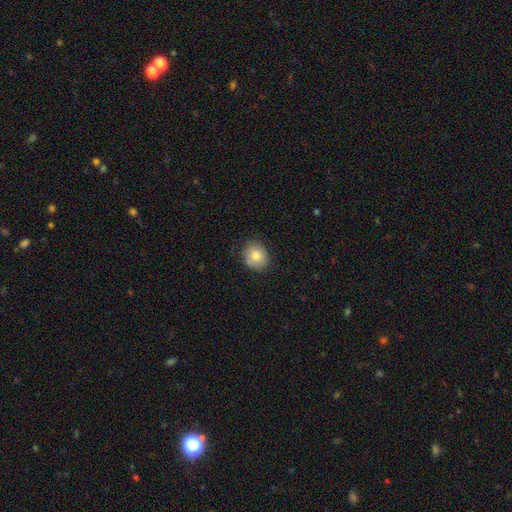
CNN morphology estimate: This is clearly a smooth galaxy (81%). How rounded: likely round (68%). Merging: clearly none (81%).